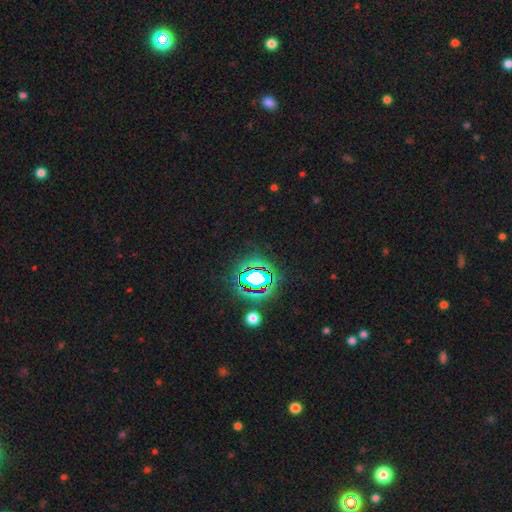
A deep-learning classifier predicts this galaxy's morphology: Smooth or featured? Predicted: star or artifact (p=0.82).